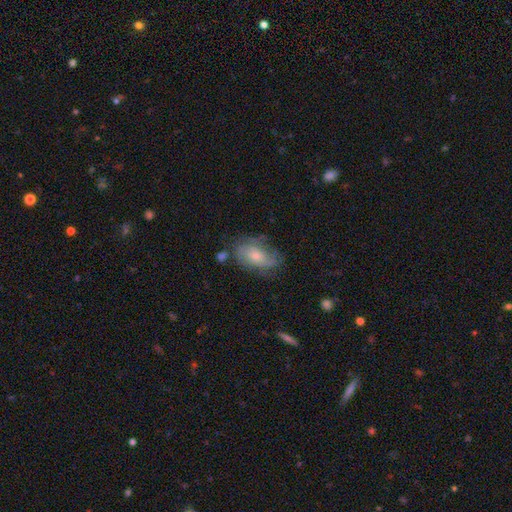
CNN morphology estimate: Smooth or featured? Predicted: featured or disk (p=0.55). Edge-on disk? Predicted: no (p=0.94). Bar? Predicted: no (p=0.77). Spiral arms? Predicted: yes (p=0.77). Bulge size? Predicted: small (p=0.55). Merging? Predicted: none (p=0.57).